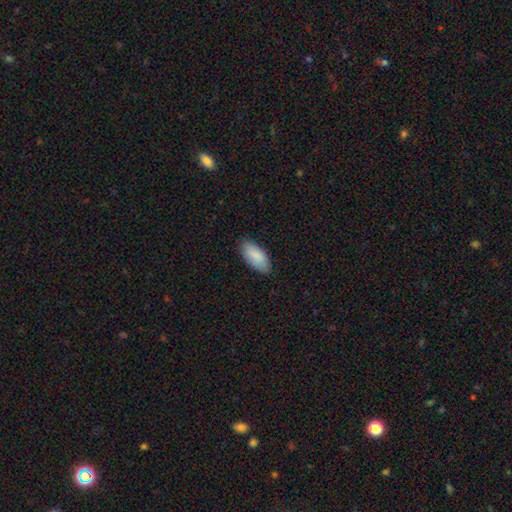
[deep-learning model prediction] A smooth galaxy with no disk features (87%) that is in between round and cigar-shaped (89%). Merging: none (84%).